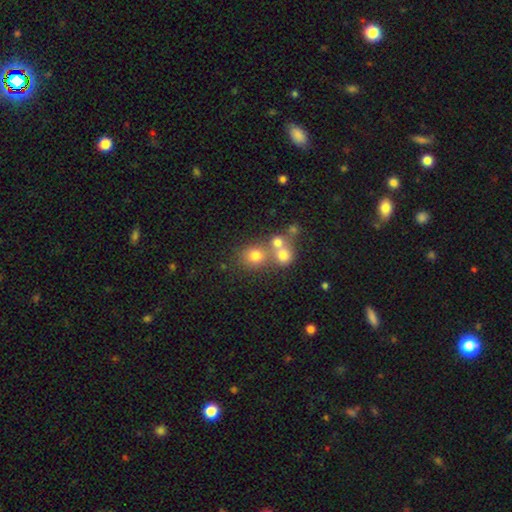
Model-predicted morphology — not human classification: Smooth or featured?
  - smooth: 71% *
  - star or artifact: 16%
  - featured or disk: 14%
How rounded?
  - round: 79% *
  - in between: 20%
  - cigar-shaped: 1%
Merging?
  - none: 51% *
  - merger: 37%
  - minor disturbance: 8%
  - major disturbance: 4%